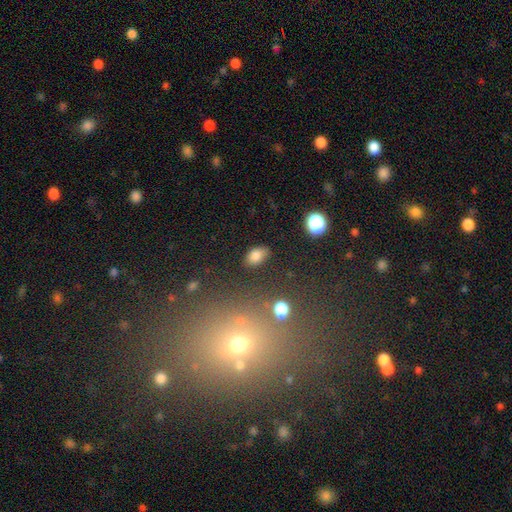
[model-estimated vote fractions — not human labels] Morphology: type=smooth (82%); roundness=in between (88%); merging=none (81%).